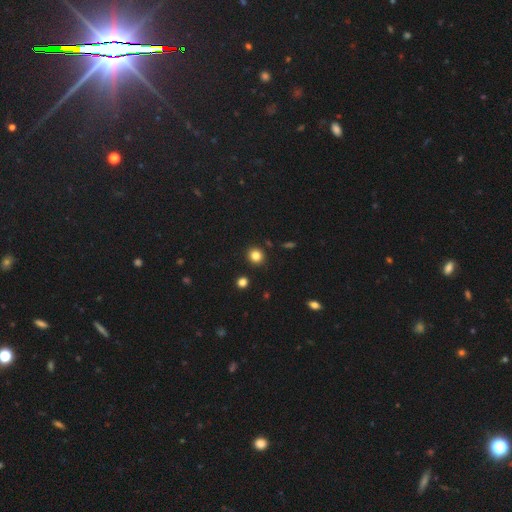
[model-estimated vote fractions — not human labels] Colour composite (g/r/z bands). It shows a smooth galaxy with no disk features (83%) that is round (87%). Merging: none (90%).